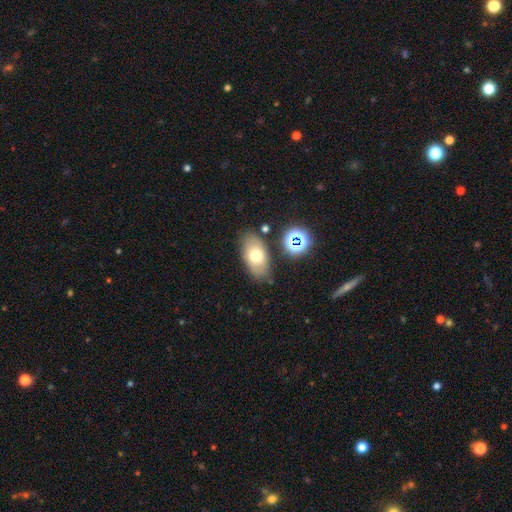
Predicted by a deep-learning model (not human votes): Smooth or featured: smooth — 67% (featured or disk — 22%)
How rounded: in between — 91% (round — 7%)
Merging: none — 79% (minor disturbance — 13%)